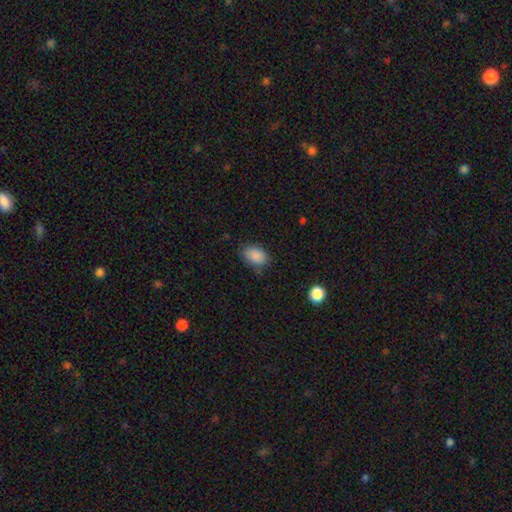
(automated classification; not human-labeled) Overall: smooth (88%). How rounded: in between (83%). Merging: none (75%).